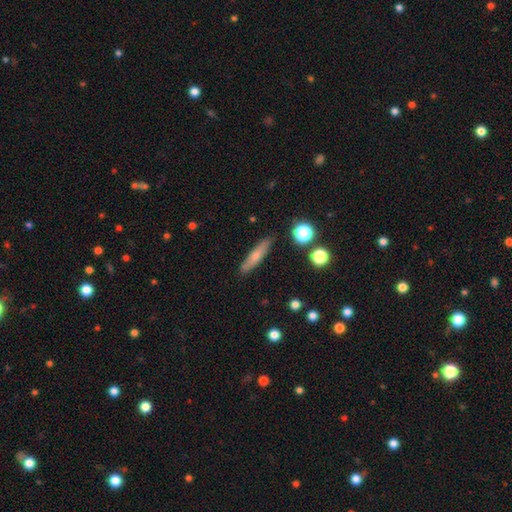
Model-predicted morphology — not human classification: smooth_or_featured: smooth (p=0.65) [alt: featured or disk p=0.27]
how_rounded: cigar-shaped (p=0.82) [alt: in between p=0.15]
merging: none (p=0.87) [alt: minor disturbance p=0.09]